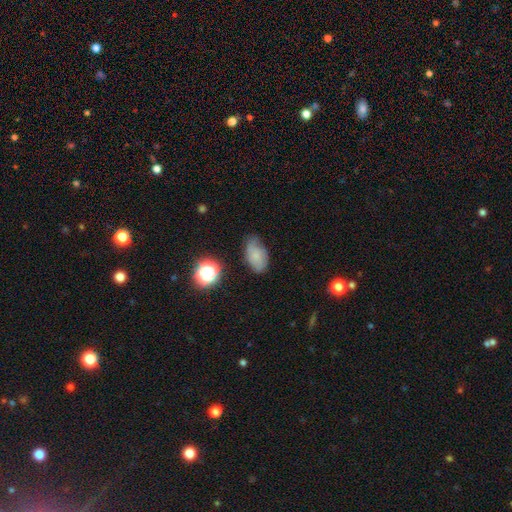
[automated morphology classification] The model was most divided on "merging": none: 56%, minor disturbance: 32%, major disturbance: 9%, merger: 2%. More confident: how rounded — in between (88%); smooth or featured — smooth (65%).